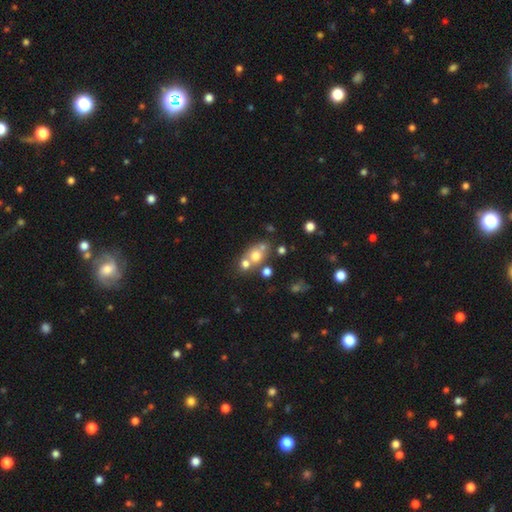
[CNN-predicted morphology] This is likely a smooth galaxy (63%). How rounded: likely round (60%). Merging: marginally merger (44%).